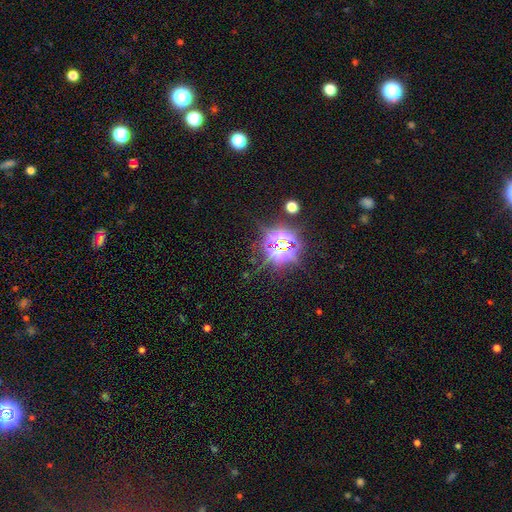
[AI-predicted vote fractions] Smooth or featured? Predicted: star or artifact (p=0.79).